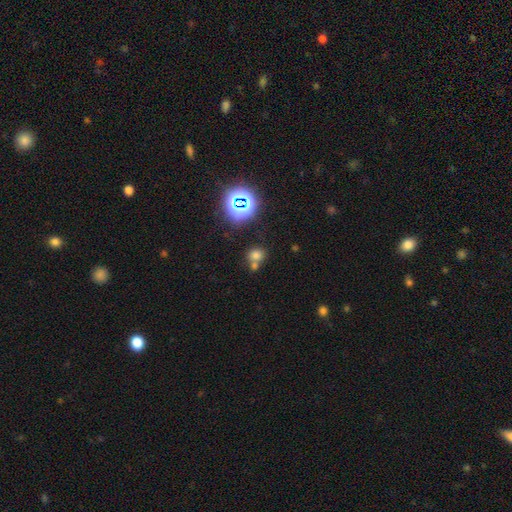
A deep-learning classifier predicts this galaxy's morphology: A smooth galaxy with no disk features (66%) that is round (74%).

Vote fractions:
- Smooth or featured? smooth: 66% / star or artifact: 24% / featured or disk: 10%
- How rounded? round: 74% / in between: 24% / cigar-shaped: 1%
- Merging? none: 48% / merger: 39% / minor disturbance: 9% / major disturbance: 4%